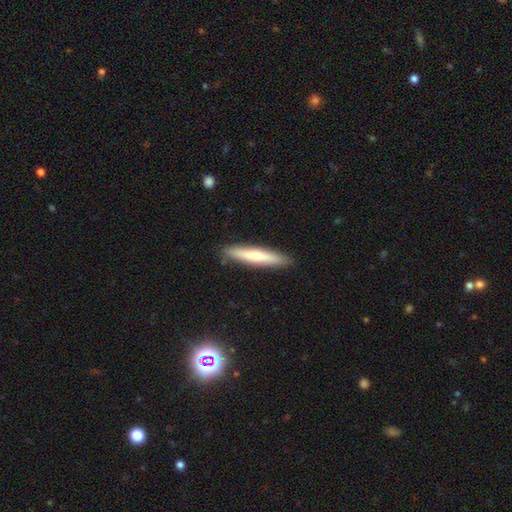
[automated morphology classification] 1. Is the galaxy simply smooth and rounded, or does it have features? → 60% smooth, 35% featured or disk, 5% star or artifact.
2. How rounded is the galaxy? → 91% cigar-shaped, 8% in between, 1% round.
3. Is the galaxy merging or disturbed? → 89% none, 8% minor disturbance, 2% major disturbance, 1% merger.